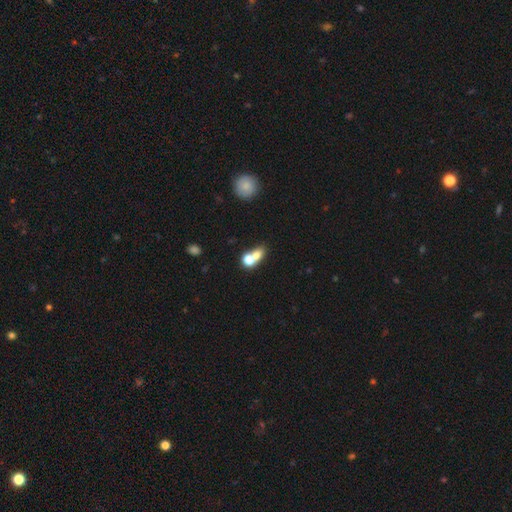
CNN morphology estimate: Q: Smooth or featured?
A: smooth (70%); runner-up: featured or disk (17%)
Q: How rounded?
A: round (53%); runner-up: in between (44%)
Q: Merging?
A: merger (61%); runner-up: none (29%)